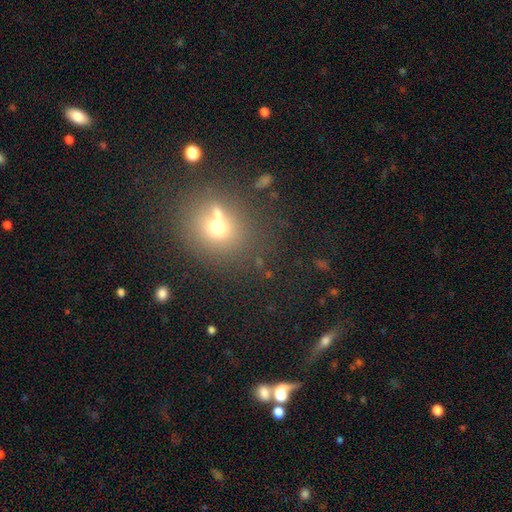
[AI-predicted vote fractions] smooth 54%, star or artifact 30%, featured or disk 16%. Down the decision tree: how rounded — round (77%); merging — none (64%).